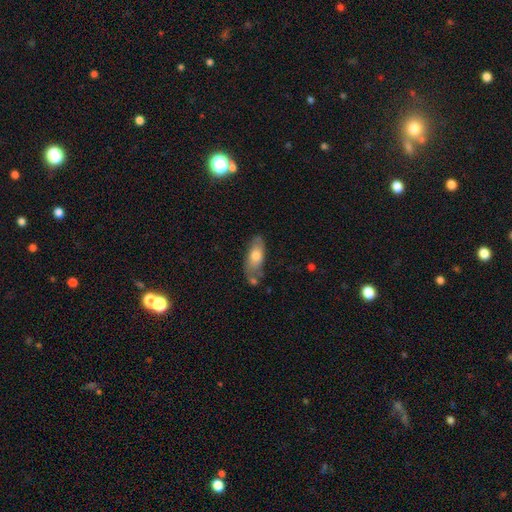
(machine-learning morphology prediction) type=smooth (68%); roundness=in between (79%); merging=none (57%).